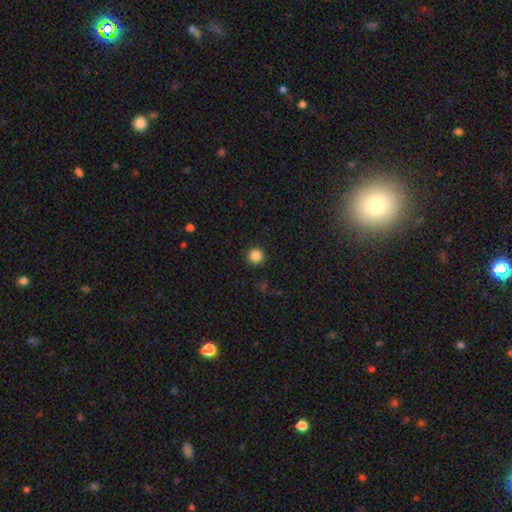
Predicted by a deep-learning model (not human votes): Overall: smooth (85%). How rounded: round (96%). Merging: none (92%).